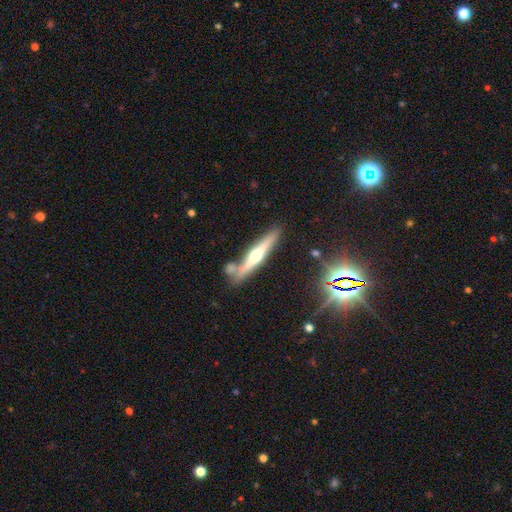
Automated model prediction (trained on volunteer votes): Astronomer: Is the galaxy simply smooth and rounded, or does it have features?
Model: featured or disk — 60%.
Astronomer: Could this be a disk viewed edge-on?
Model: yes — 95%.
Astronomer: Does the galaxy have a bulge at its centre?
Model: rounded — 89%.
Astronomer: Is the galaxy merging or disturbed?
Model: none — 74%.